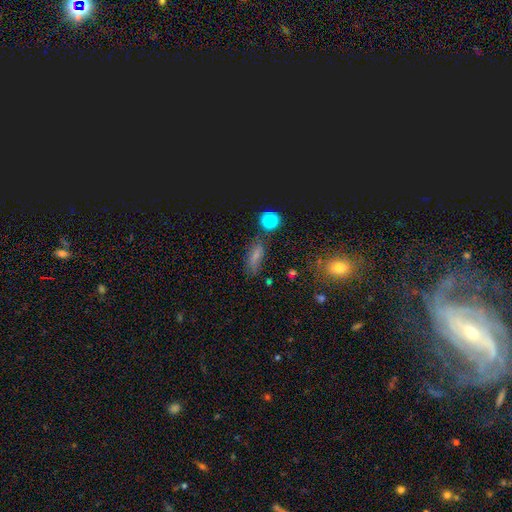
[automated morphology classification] This is likely a smooth galaxy (65%). How rounded: likely in between (63%). Merging: likely none (64%).